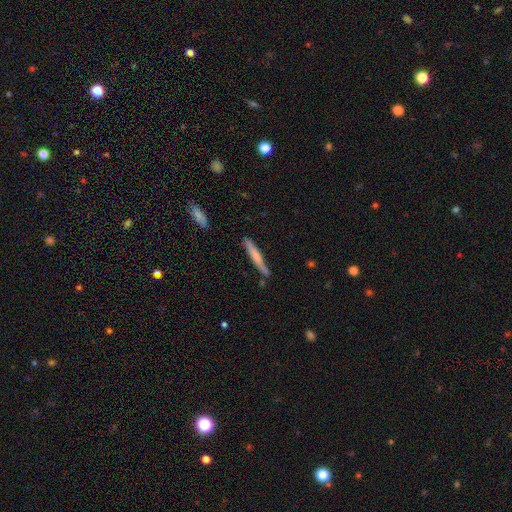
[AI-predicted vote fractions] Overall: smooth (59%; featured or disk 36%). How rounded: cigar-shaped (95%). Merging: none (81%).